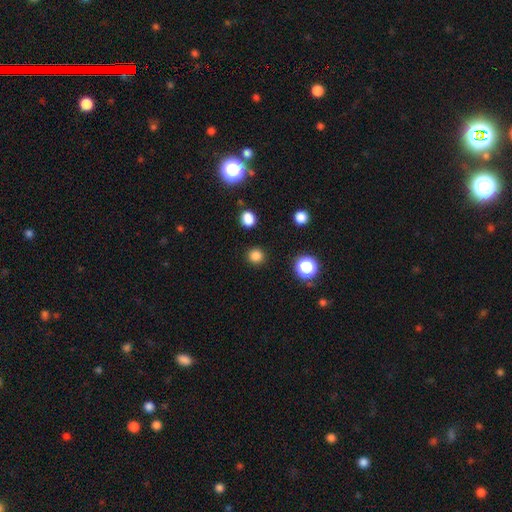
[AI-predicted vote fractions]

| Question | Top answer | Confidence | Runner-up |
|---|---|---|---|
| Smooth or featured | smooth | 82% | star or artifact (14%) |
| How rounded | round | 93% | in between (6%) |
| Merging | none | 91% | minor disturbance (5%) |